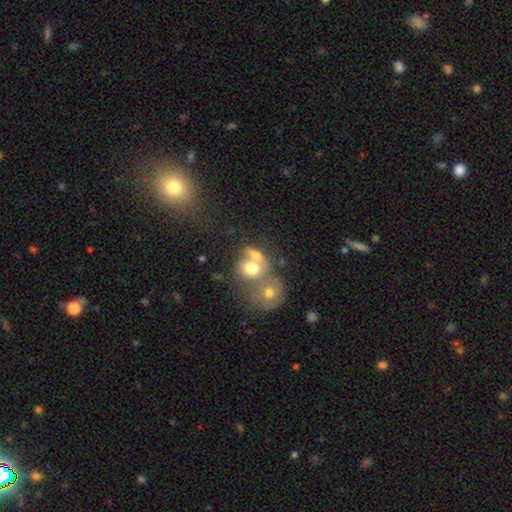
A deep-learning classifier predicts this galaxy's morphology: smooth_or_featured: smooth (p=0.65) [alt: featured or disk p=0.23]
how_rounded: round (p=0.52) [alt: in between p=0.45]
merging: merger (p=0.62) [alt: none p=0.23]